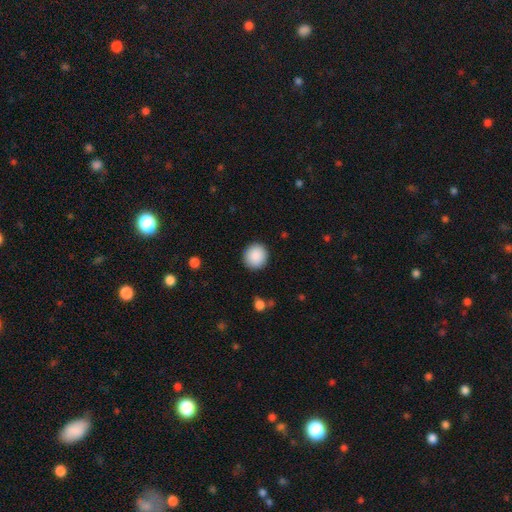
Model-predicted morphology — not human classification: Smooth or featured? Predicted: smooth (p=0.90). How rounded? Predicted: round (p=0.89). Merging? Predicted: none (p=0.91).